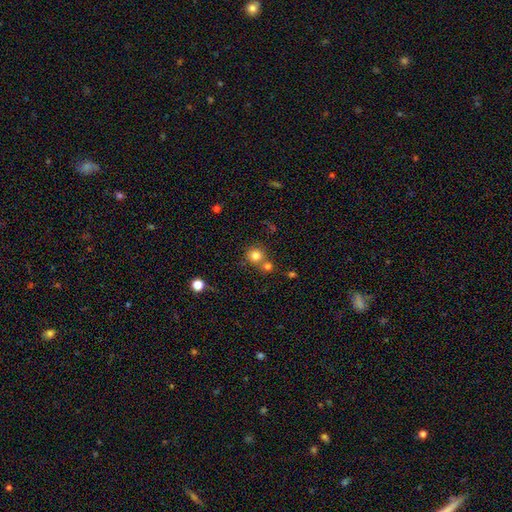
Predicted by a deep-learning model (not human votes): Overall: smooth (79%). How rounded: round (90%). Merging: none (61%; merger 28%).